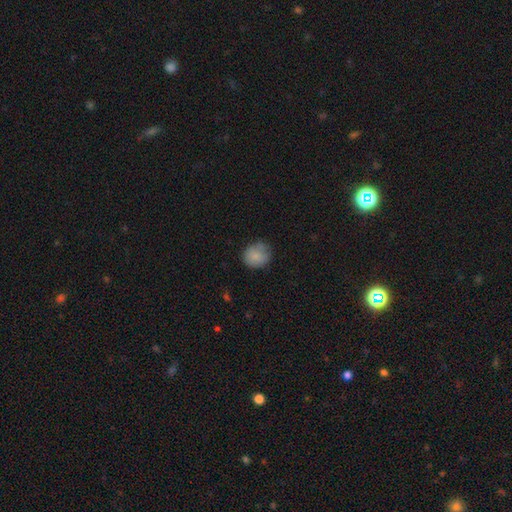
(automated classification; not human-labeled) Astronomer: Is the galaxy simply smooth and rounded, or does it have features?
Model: smooth — 83%.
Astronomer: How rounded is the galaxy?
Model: round — 80%.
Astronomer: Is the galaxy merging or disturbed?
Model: none — 69%.